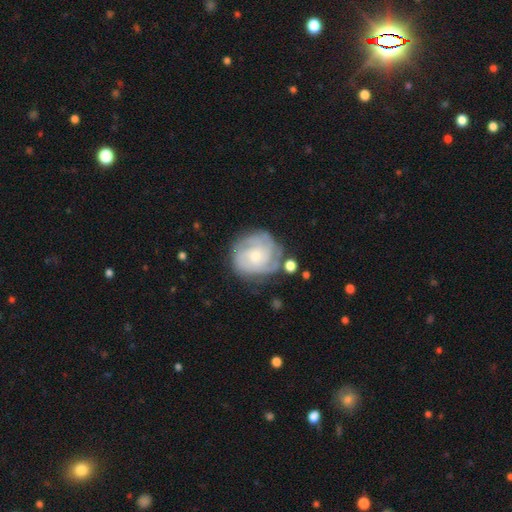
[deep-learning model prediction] Smooth or featured?
  - featured or disk: 73% *
  - smooth: 21%
  - star or artifact: 6%
Edge-on disk?
  - no: 97% *
  - yes: 3%
Bar?
  - no: 72% *
  - weak: 24%
  - strong: 4%
Spiral arms?
  - yes: 90% *
  - no: 10%
Spiral winding?
  - tight: 64% *
  - medium: 28%
  - loose: 8%
Spiral arm count?
  - can't tell: 37% *
  - 3: 25%
  - 2: 19%
  - 4: 10%
  - 1: 5%
  - more than 4: 4%
Bulge size?
  - small: 51% *
  - moderate: 42%
  - large: 3%
  - none: 3%
  - dominant: 1%
Merging?
  - none: 66% *
  - minor disturbance: 20%
  - major disturbance: 9%
  - merger: 5%